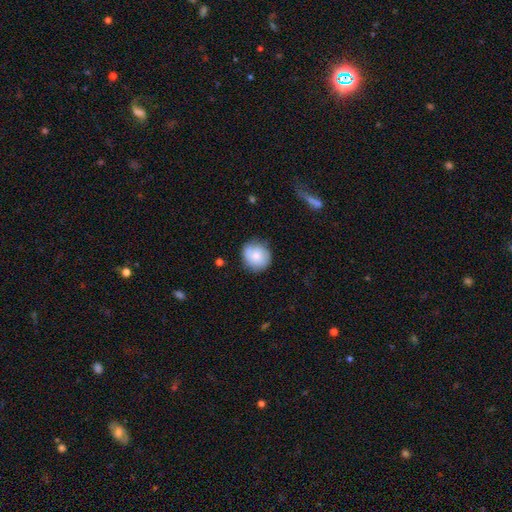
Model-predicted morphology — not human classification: The model was most divided on "merging": none: 76%, minor disturbance: 18%, major disturbance: 4%, merger: 2%. More confident: how rounded — round (86%); smooth or featured — smooth (76%).